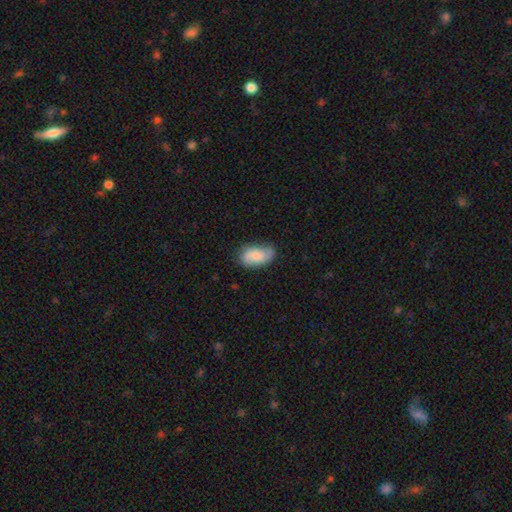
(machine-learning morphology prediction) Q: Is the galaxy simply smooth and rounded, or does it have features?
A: smooth — 67%.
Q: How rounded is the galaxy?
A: in between — 92%.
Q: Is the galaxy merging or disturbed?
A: none — 61%.